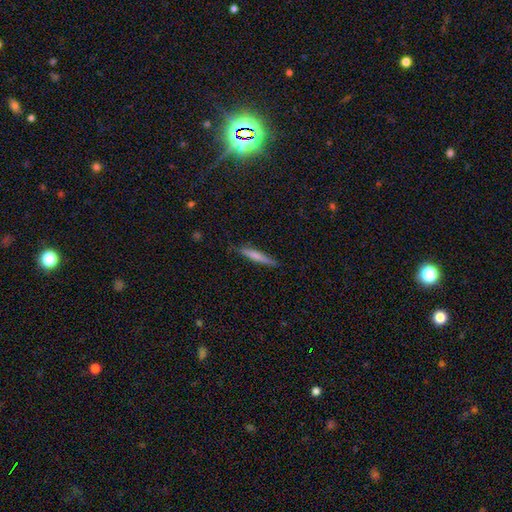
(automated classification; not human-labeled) The model was most divided on "smooth or featured": smooth: 65%, featured or disk: 28%, star or artifact: 6%. More confident: how rounded — cigar-shaped (92%); merging — none (84%).